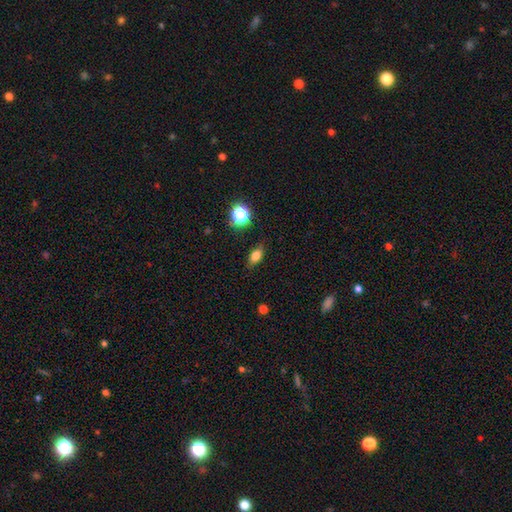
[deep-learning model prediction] The model was most divided on "how rounded": in between: 78%, round: 13%, cigar-shaped: 9%. More confident: merging — none (84%); smooth or featured — smooth (78%).